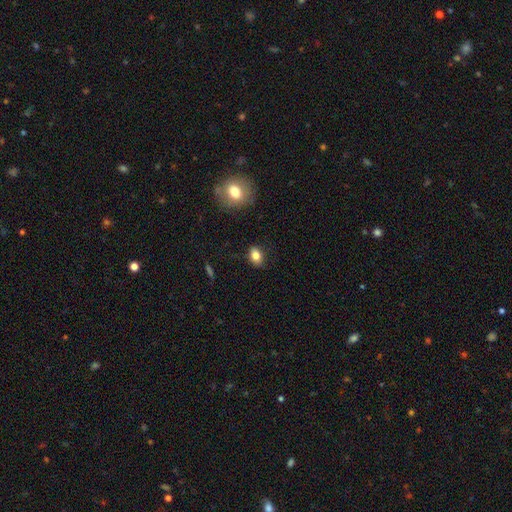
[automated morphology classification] Smooth or featured? Predicted: smooth (p=0.81). How rounded? Predicted: in between (p=0.75). Merging? Predicted: none (p=0.83).